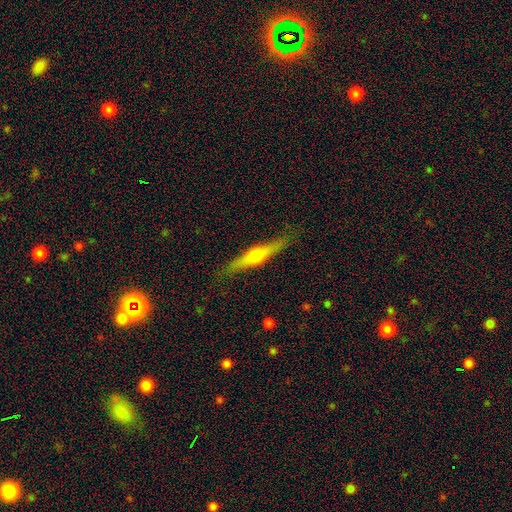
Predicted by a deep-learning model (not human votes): Smooth or featured: featured or disk — 60% (smooth — 34%)
Edge-on disk: yes — 95% (no — 5%)
Edge-on bulge: rounded — 91% (none — 5%)
Merging: none — 87% (minor disturbance — 10%)